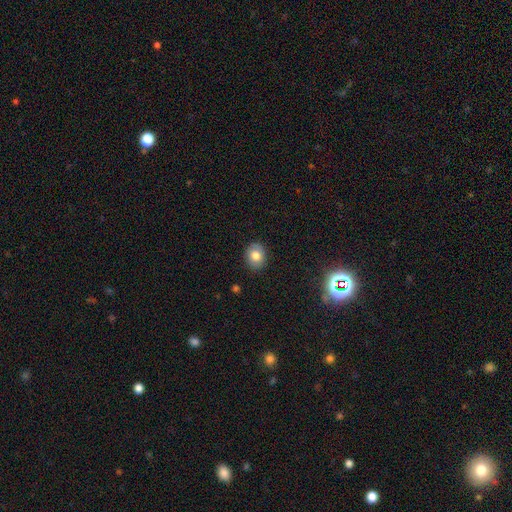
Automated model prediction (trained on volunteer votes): Morphology: type=smooth (79%); roundness=round (55%); merging=none (88%).